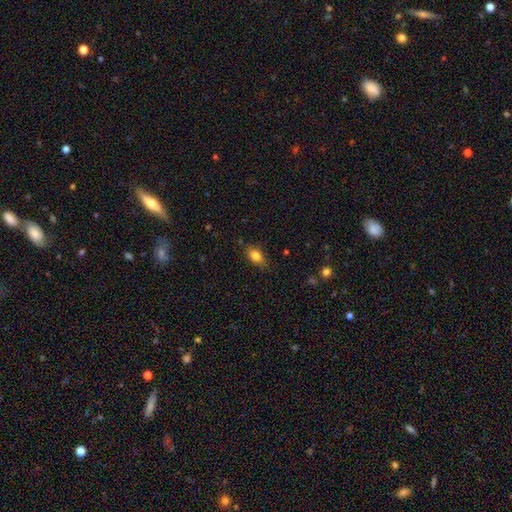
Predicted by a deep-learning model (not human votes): Smooth or featured: smooth — 83% (star or artifact — 9%)
How rounded: in between — 83% (round — 13%)
Merging: none — 81% (minor disturbance — 14%)